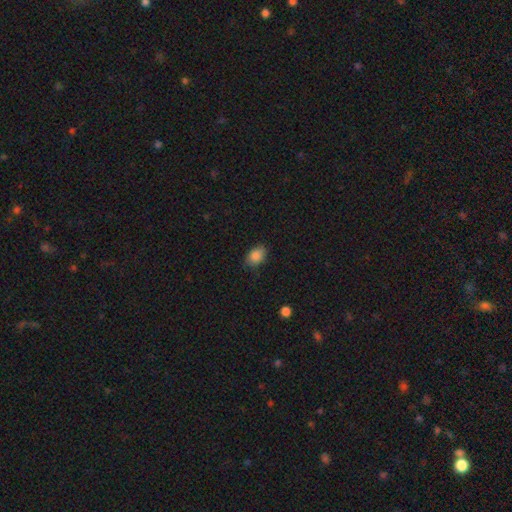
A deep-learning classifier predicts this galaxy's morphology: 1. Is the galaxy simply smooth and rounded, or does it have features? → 87% smooth, 8% star or artifact, 5% featured or disk.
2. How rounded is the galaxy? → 83% in between, 16% round, 1% cigar-shaped.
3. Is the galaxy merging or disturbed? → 80% none, 16% minor disturbance, 3% major disturbance, 1% merger.